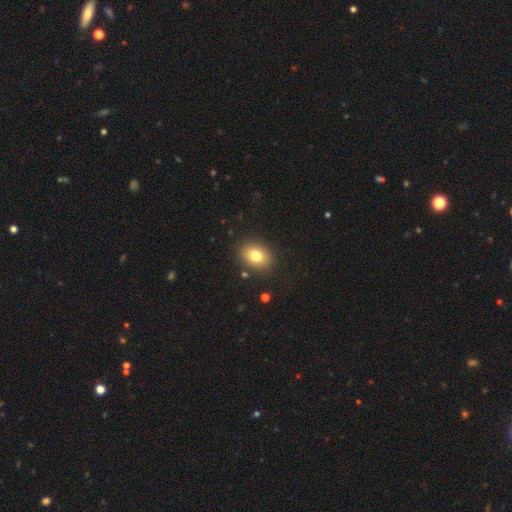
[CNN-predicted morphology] This appears to be a smooth galaxy with no disk features (80%) that is in between round and cigar-shaped (61%). Merging: none (87%).